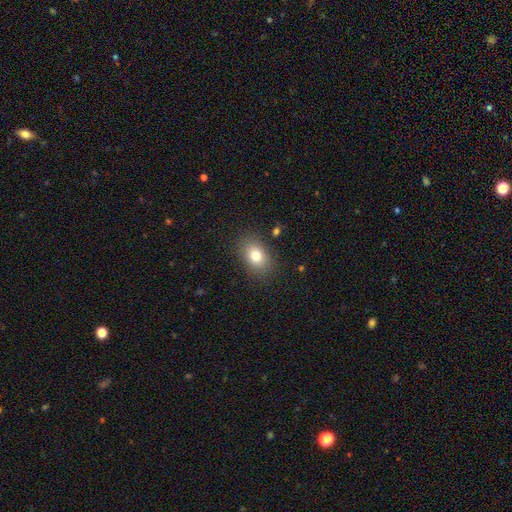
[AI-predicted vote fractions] This appears to be a smooth galaxy with no disk features (78%) that is in between round and cigar-shaped (77%). Merging: none (85%).